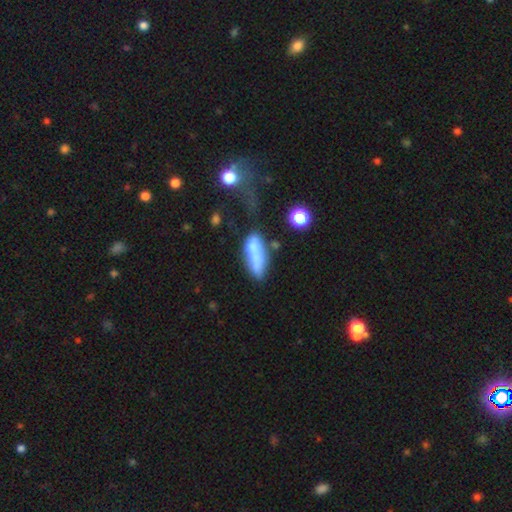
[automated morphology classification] Smooth or featured?
  - smooth: 68% *
  - featured or disk: 23%
  - star or artifact: 9%
How rounded?
  - in between: 52% *
  - cigar-shaped: 45%
  - round: 3%
Merging?
  - none: 39% *
  - minor disturbance: 23%
  - merger: 22%
  - major disturbance: 16%